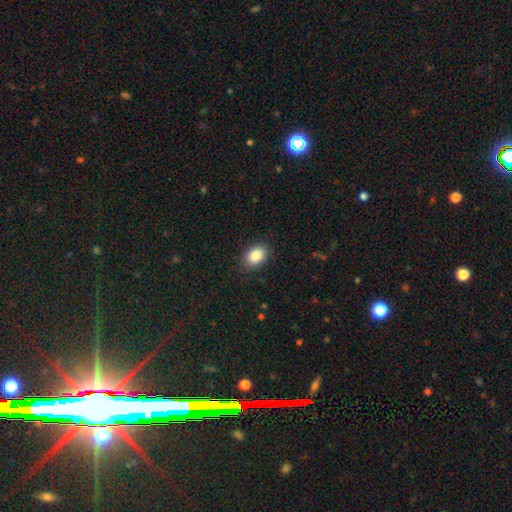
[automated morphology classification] Q: Smooth or featured?
A: smooth (87%); runner-up: star or artifact (8%)
Q: How rounded?
A: in between (82%); runner-up: round (17%)
Q: Merging?
A: none (87%); runner-up: minor disturbance (10%)